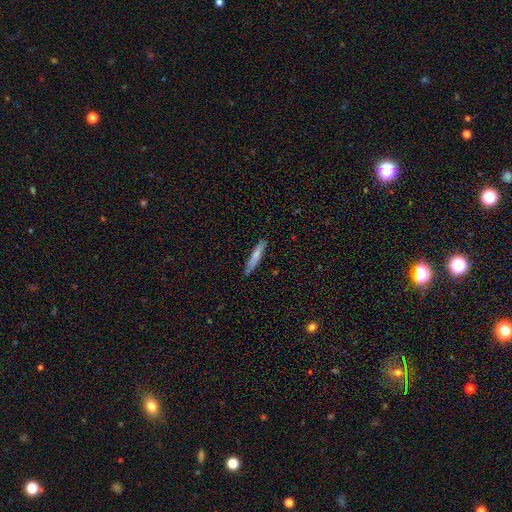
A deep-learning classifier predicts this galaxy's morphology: Q: Smooth or featured?
A: smooth (75%); runner-up: featured or disk (19%)
Q: How rounded?
A: cigar-shaped (90%); runner-up: in between (9%)
Q: Merging?
A: none (85%); runner-up: minor disturbance (12%)